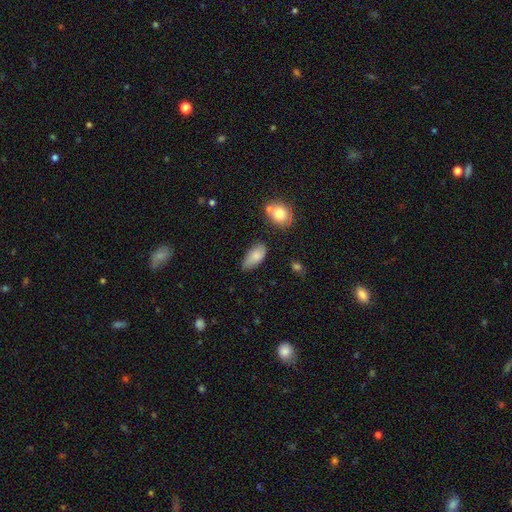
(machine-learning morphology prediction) type=smooth (82%); roundness=in between (90%); merging=none (57%).